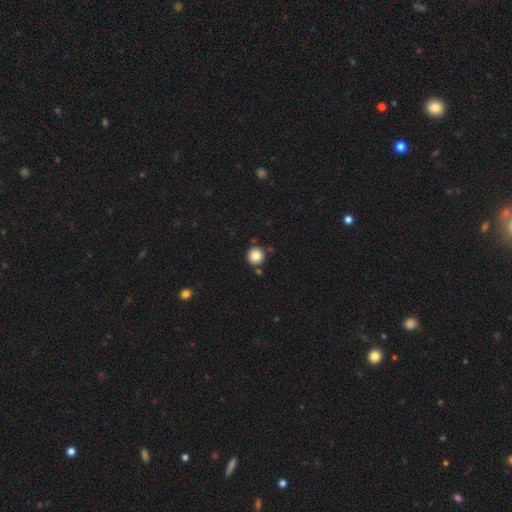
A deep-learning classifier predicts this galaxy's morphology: type=smooth (85%); roundness=round (95%); merging=none (84%).